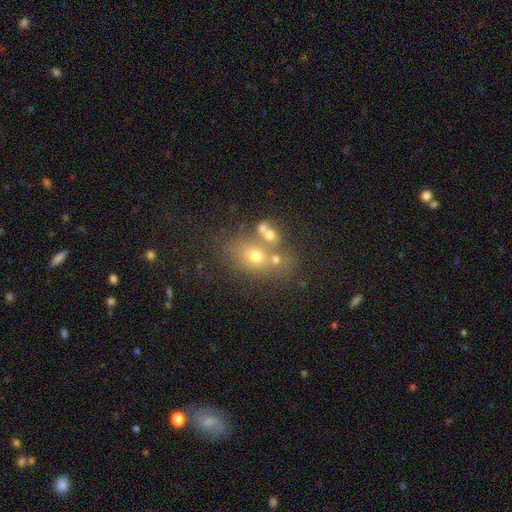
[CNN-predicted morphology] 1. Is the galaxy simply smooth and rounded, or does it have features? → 58% smooth, 24% featured or disk, 18% star or artifact.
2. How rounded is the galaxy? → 54% in between, 44% round, 2% cigar-shaped.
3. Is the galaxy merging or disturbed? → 43% none, 38% merger, 12% minor disturbance, 7% major disturbance.